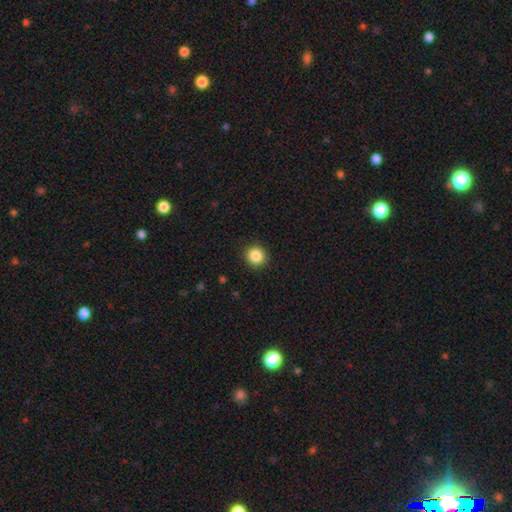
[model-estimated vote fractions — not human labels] smooth_or_featured: smooth (p=0.86) [alt: star or artifact p=0.10]
how_rounded: round (p=0.92) [alt: in between p=0.07]
merging: none (p=0.91) [alt: minor disturbance p=0.06]